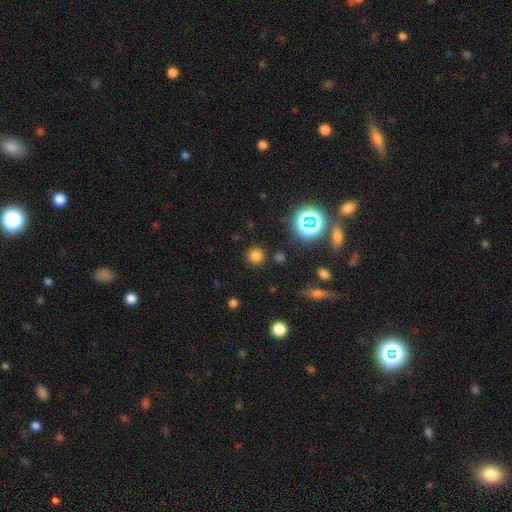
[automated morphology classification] smooth_or_featured: smooth (p=0.72) [alt: star or artifact p=0.22]
how_rounded: round (p=0.93) [alt: in between p=0.06]
merging: none (p=0.88) [alt: minor disturbance p=0.07]